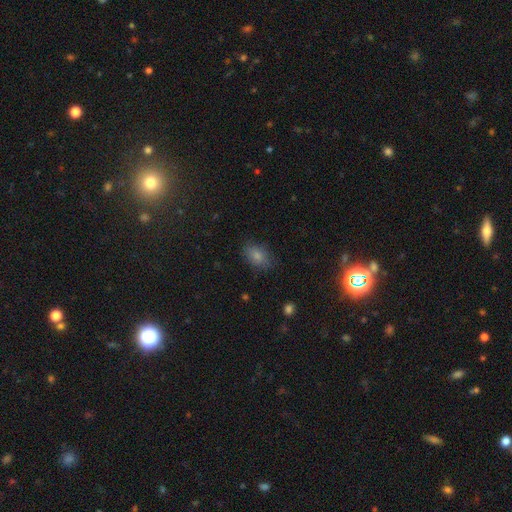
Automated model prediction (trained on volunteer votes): smooth-or-featured: smooth: 60% | star or artifact: 30% | featured or disk: 10%
  how-rounded: in between: 77% | round: 21% | cigar-shaped: 2%
  merging: none: 83% | minor disturbance: 12% | major disturbance: 3% | merger: 1%